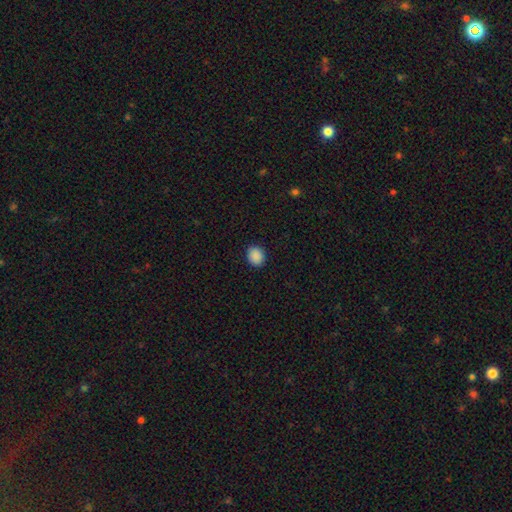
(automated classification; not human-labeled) A smooth galaxy with no disk features (89%) that is round (60%). Merging: none (90%).